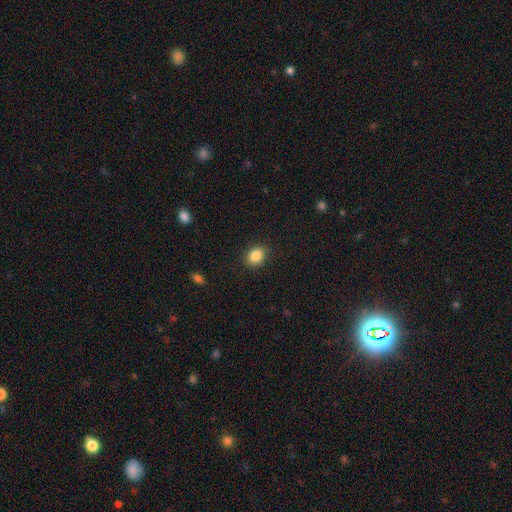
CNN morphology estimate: The model was most divided on "how rounded": round: 50%, in between: 49%, cigar-shaped: 1%. More confident: merging — none (87%); smooth or featured — smooth (86%).